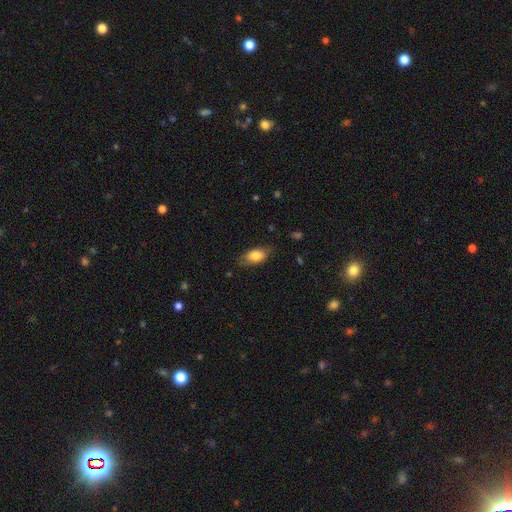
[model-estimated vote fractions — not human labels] Smooth or featured: smooth — 80% (featured or disk — 13%)
How rounded: in between — 88% (cigar-shaped — 7%)
Merging: none — 75% (minor disturbance — 19%)